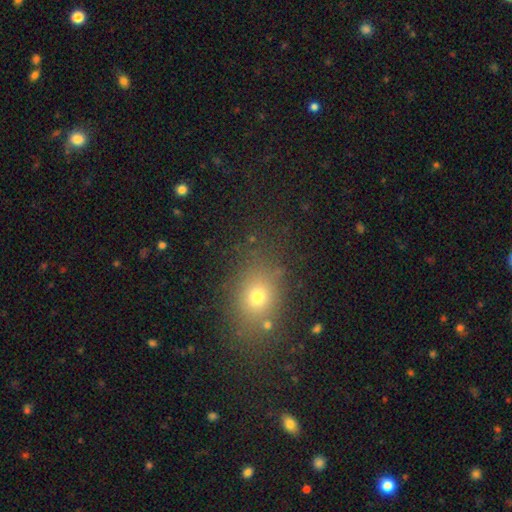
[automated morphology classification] This appears to be a smooth galaxy with no disk features (61%) that is in between round and cigar-shaped (55%). Merging: none (83%).